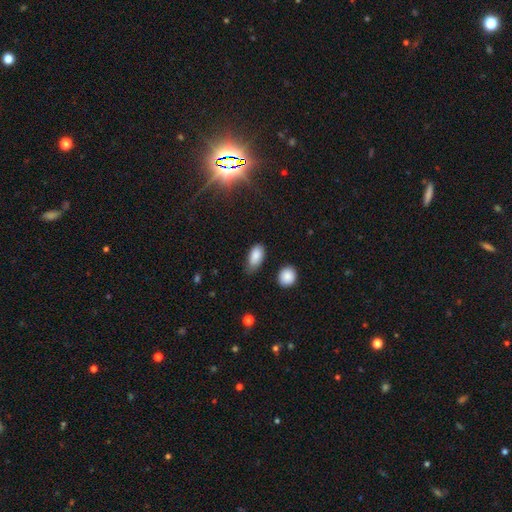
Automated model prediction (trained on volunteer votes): Smooth or featured: smooth — 86% (star or artifact — 8%)
How rounded: in between — 92% (cigar-shaped — 5%)
Merging: none — 62% (minor disturbance — 30%)